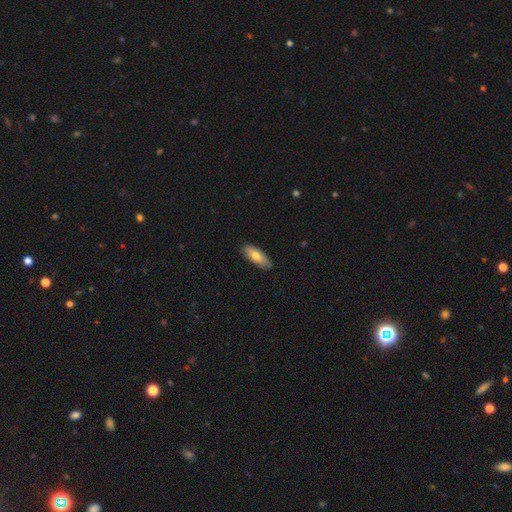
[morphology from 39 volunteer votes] Overall: smooth (64%; featured or disk 31%). How rounded: in between (80%). Merging: none (92%).